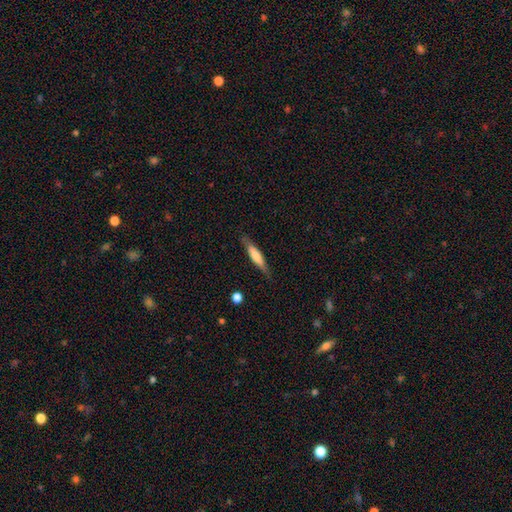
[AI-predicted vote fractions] Smooth or featured: smooth — 60% (featured or disk — 34%)
How rounded: cigar-shaped — 83% (in between — 15%)
Merging: none — 81% (minor disturbance — 14%)